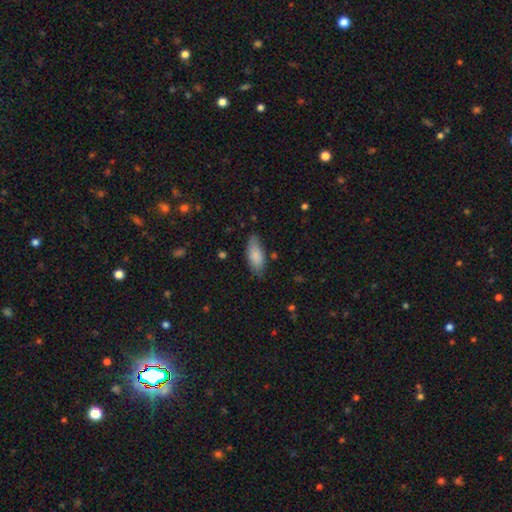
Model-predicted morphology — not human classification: Smooth or featured? Predicted: smooth (p=0.85). How rounded? Predicted: in between (p=0.82). Merging? Predicted: none (p=0.73).